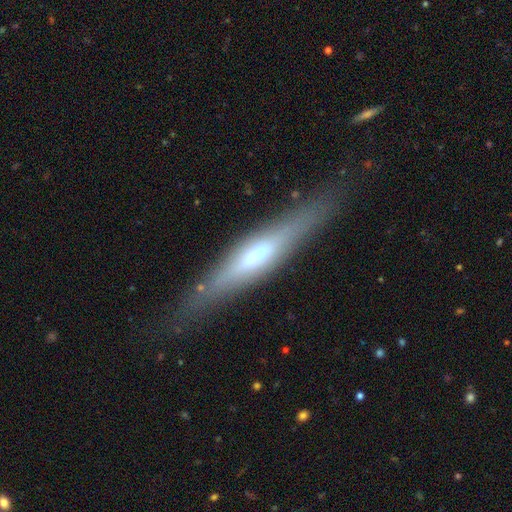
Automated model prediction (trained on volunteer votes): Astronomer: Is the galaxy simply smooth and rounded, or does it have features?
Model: featured or disk — 62%.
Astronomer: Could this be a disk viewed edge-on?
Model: yes — 89%.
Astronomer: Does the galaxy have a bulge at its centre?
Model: rounded — 72%.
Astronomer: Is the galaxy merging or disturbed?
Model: none — 83%.